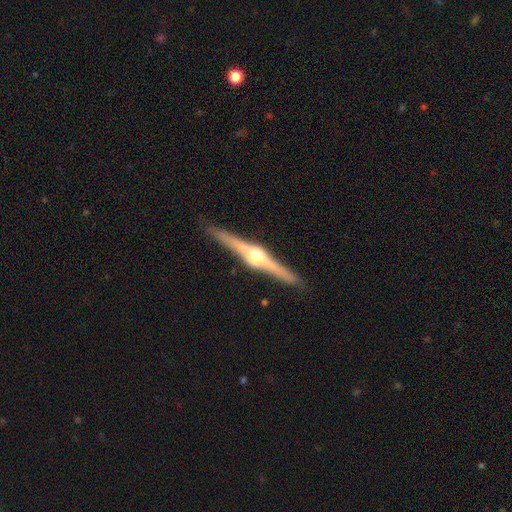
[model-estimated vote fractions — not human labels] smooth-or-featured: featured or disk: 86% | smooth: 9% | star or artifact: 5%
  disk-edge-on: yes: 98% | no: 2%
    edge-on-bulge: rounded: 93% | boxy: 5% | none: 2%
  merging: none: 91% | minor disturbance: 6% | major disturbance: 1% | merger: 1%